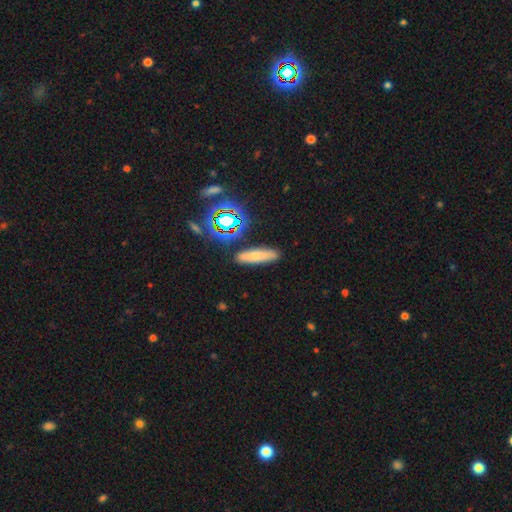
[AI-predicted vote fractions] A smooth galaxy with no disk features (64%) that is cigar-shaped (64%). Merging: none (84%).